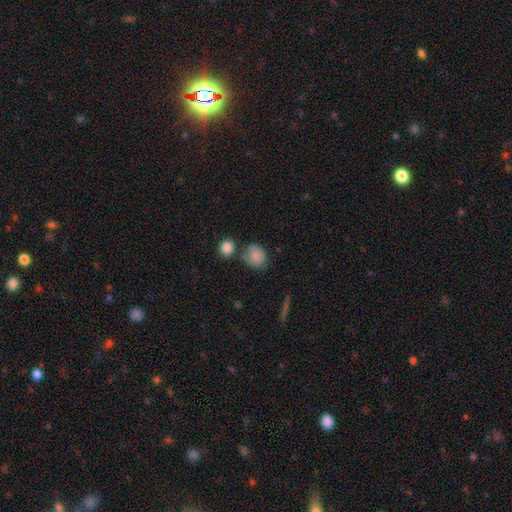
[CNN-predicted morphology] This is clearly a smooth galaxy (83%). How rounded: likely round (62%). Merging: possibly none (54%).